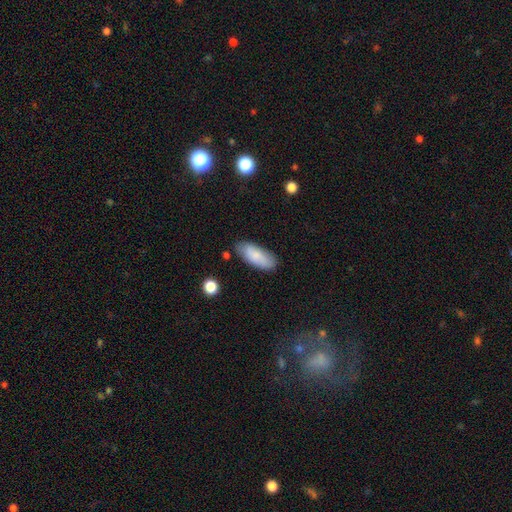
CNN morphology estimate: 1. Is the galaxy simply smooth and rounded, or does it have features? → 82% smooth, 12% featured or disk, 6% star or artifact.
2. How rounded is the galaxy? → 80% in between, 19% cigar-shaped, 2% round.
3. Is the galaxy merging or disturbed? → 79% none, 15% minor disturbance, 3% major disturbance, 2% merger.